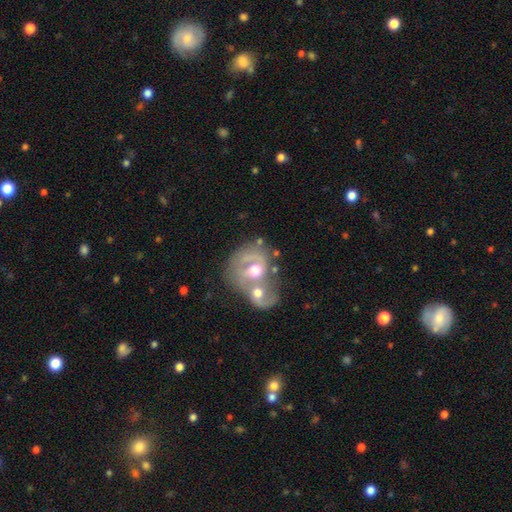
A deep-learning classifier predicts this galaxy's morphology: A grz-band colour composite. It shows a featured or disk galaxy (66%) with no bar (64%), spiral arms (62%) and a moderate central bulge (74%). Merging: merger (71%).